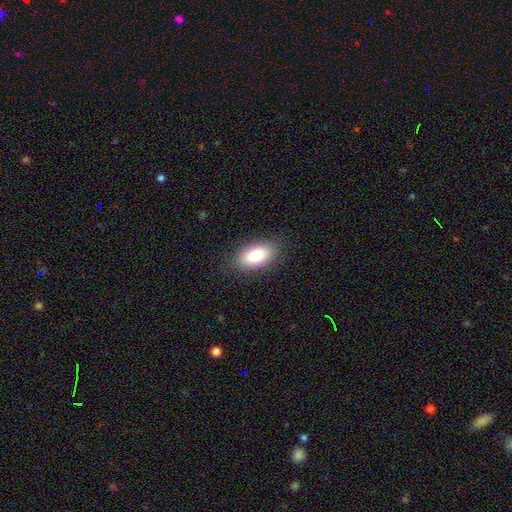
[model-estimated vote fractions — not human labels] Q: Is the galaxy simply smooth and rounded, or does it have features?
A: smooth — 86%.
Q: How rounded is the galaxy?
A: in between — 93%.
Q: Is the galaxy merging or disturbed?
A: none — 85%.